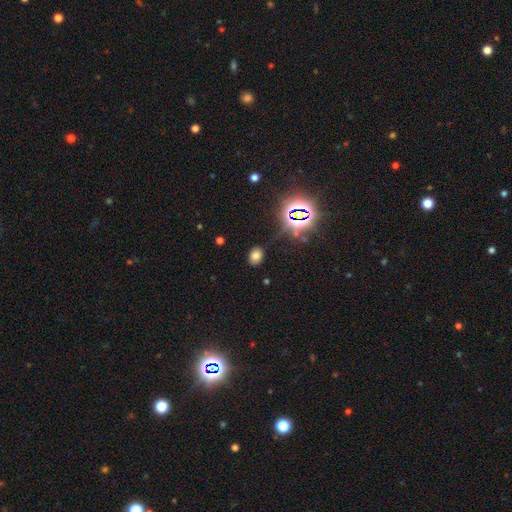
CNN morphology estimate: This is likely a smooth galaxy (69%). How rounded: likely in between (65%). Merging: clearly none (83%).